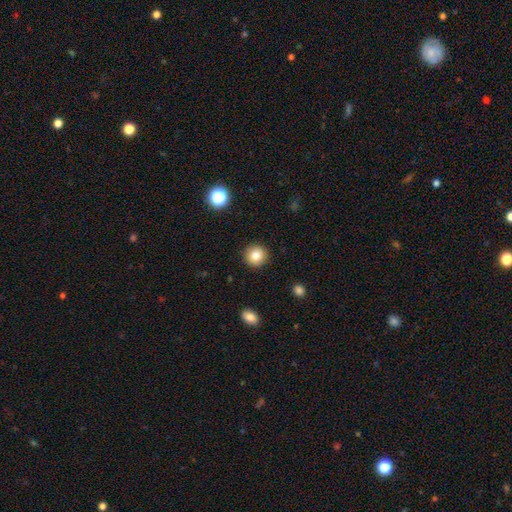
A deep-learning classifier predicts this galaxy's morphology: Overall: smooth (82%). How rounded: round (94%). Merging: none (92%).